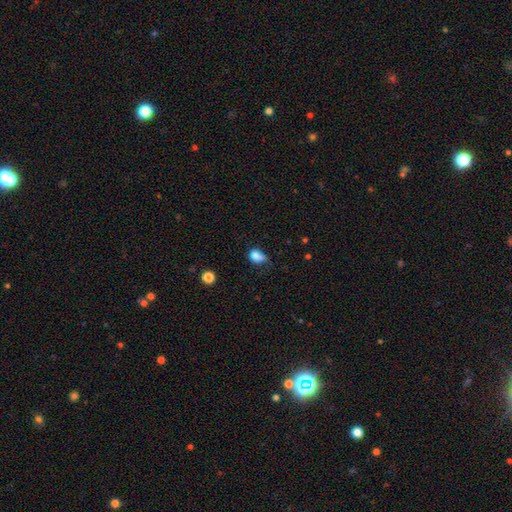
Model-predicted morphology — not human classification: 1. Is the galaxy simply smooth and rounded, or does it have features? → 79% smooth, 11% star or artifact, 10% featured or disk.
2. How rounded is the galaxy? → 65% in between, 33% round, 2% cigar-shaped.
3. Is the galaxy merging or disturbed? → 41% minor disturbance, 33% none, 20% major disturbance, 6% merger.